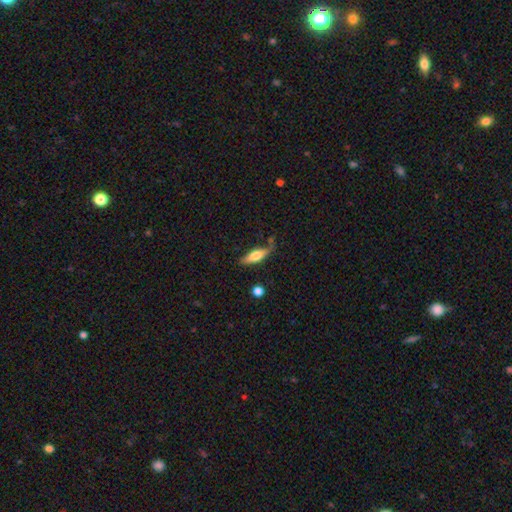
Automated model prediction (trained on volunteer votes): Overall: smooth (62%; featured or disk 32%). How rounded: cigar-shaped (49%; in between 48%). Merging: none (66%).